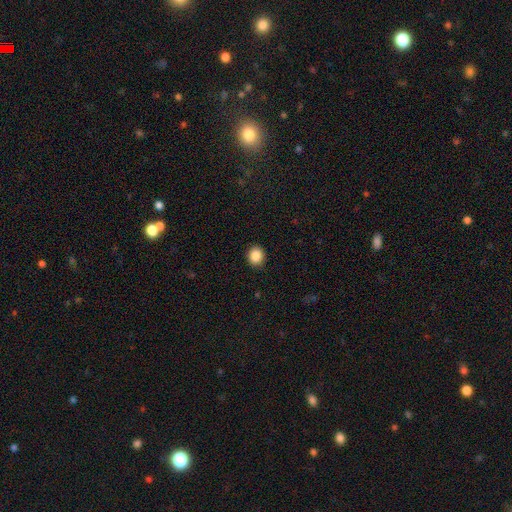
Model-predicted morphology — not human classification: Smooth or featured: smooth — 88% (star or artifact — 9%)
How rounded: round — 78% (in between — 21%)
Merging: none — 91% (minor disturbance — 6%)